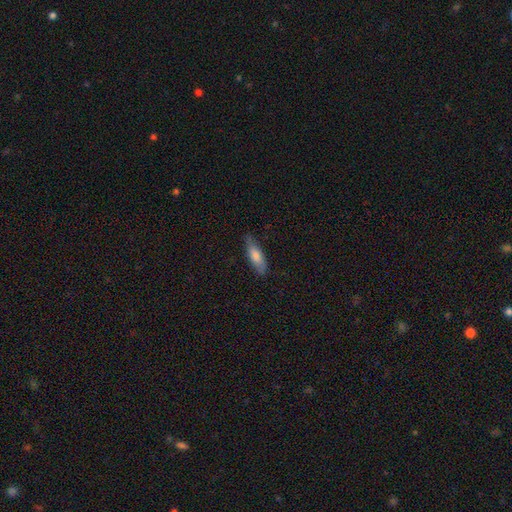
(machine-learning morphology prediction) The model was most divided on "how rounded": in between: 52%, cigar-shaped: 46%, round: 2%. More confident: merging — none (76%); smooth or featured — smooth (75%).